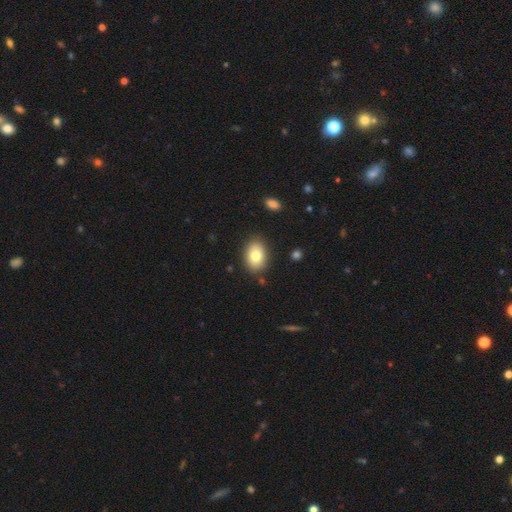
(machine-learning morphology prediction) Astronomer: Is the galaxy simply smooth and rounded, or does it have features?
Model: smooth — 79%.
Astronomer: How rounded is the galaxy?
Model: in between — 81%.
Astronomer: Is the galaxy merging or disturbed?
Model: none — 85%.